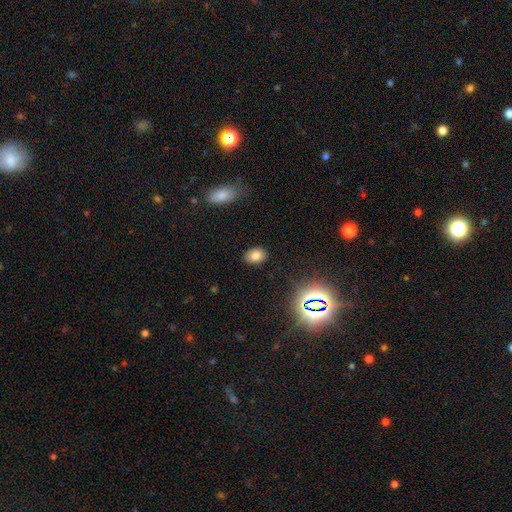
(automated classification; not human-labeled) This is likely a smooth galaxy (77%). How rounded: likely in between (72%). Merging: clearly none (87%).